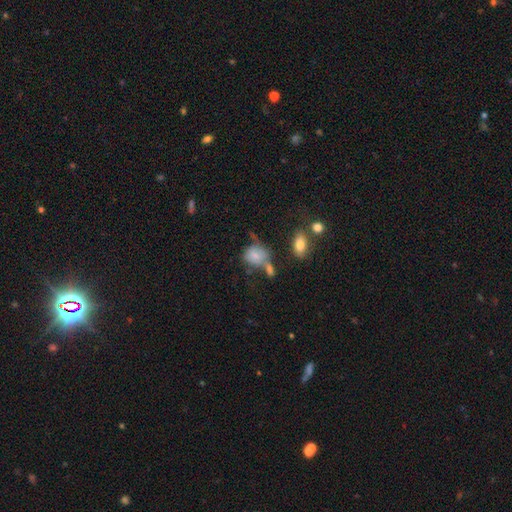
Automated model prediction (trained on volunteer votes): smooth_or_featured: smooth (p=0.75) [alt: featured or disk p=0.16]
how_rounded: round (p=0.50) [alt: in between p=0.49]
merging: none (p=0.37) [alt: merger p=0.25]